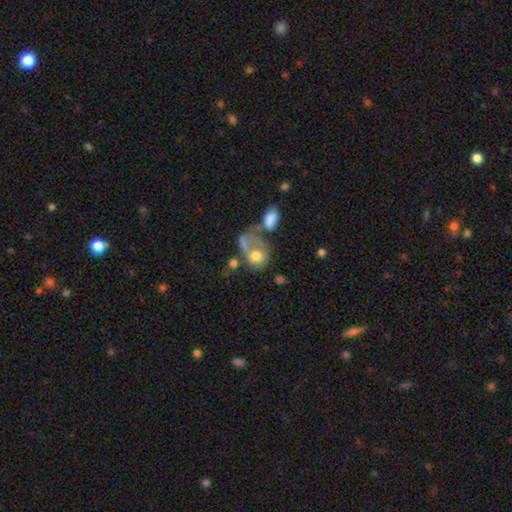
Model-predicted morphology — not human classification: A smooth galaxy with no disk features (59%) that is in between round and cigar-shaped (58%).

Vote fractions:
- Smooth or featured? smooth: 59% / featured or disk: 31% / star or artifact: 10%
- How rounded? in between: 58% / round: 40% / cigar-shaped: 2%
- Merging? merger: 35% (tied) / major disturbance: 35% (tied) / none: 18% / minor disturbance: 12%